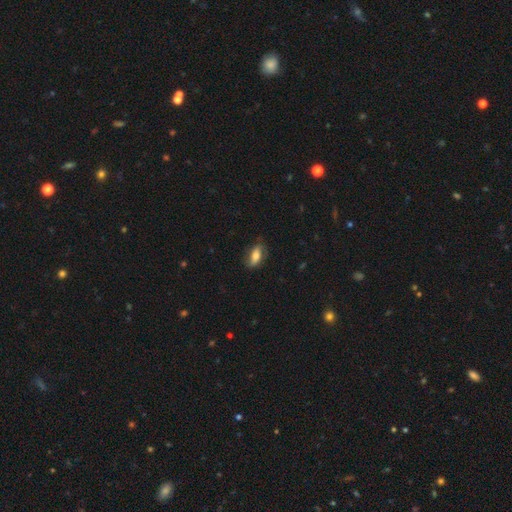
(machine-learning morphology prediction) type=smooth (60%); roundness=in between (84%); merging=none (73%).